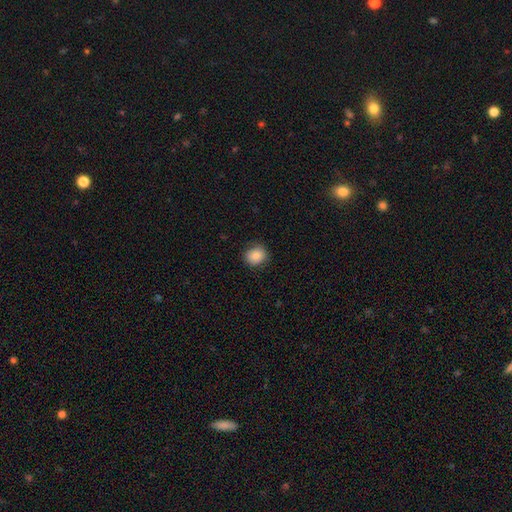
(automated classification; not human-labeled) Smooth or featured? Predicted: smooth (p=0.84). How rounded? Predicted: round (p=0.78). Merging? Predicted: none (p=0.84).